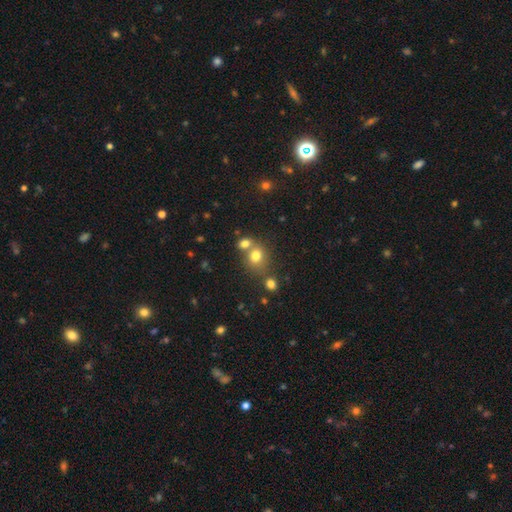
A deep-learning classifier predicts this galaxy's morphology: smooth 75%, star or artifact 14%, featured or disk 11%. Down the decision tree: how rounded — round (66%); merging — none (48%).